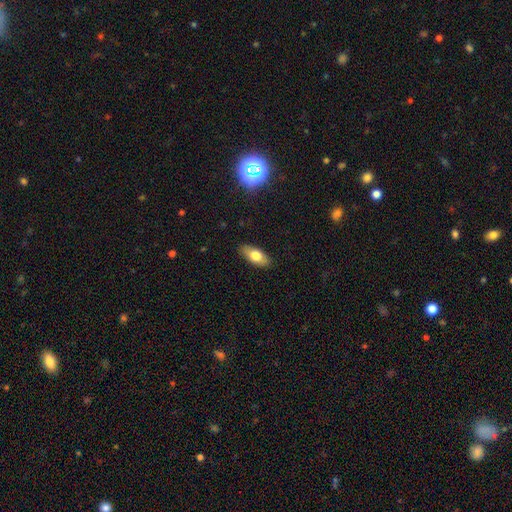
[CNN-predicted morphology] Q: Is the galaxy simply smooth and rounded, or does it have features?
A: smooth — 73%.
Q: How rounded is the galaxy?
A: in between — 85%.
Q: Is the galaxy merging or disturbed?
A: none — 88%.